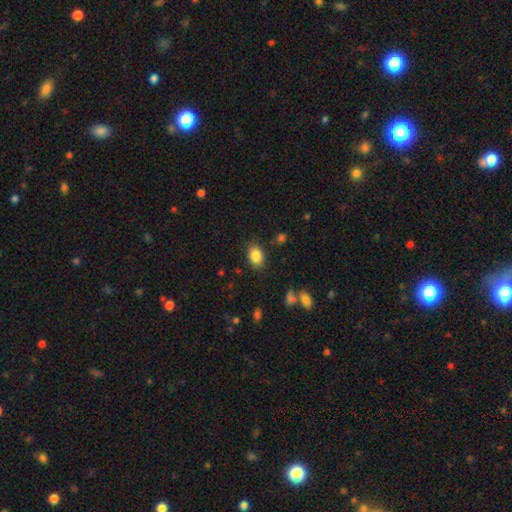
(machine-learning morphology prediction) Smooth or featured?
  - smooth: 85% *
  - star or artifact: 9%
  - featured or disk: 6%
How rounded?
  - in between: 83% *
  - round: 16%
  - cigar-shaped: 1%
Merging?
  - none: 84% *
  - minor disturbance: 11%
  - major disturbance: 3%
  - merger: 2%